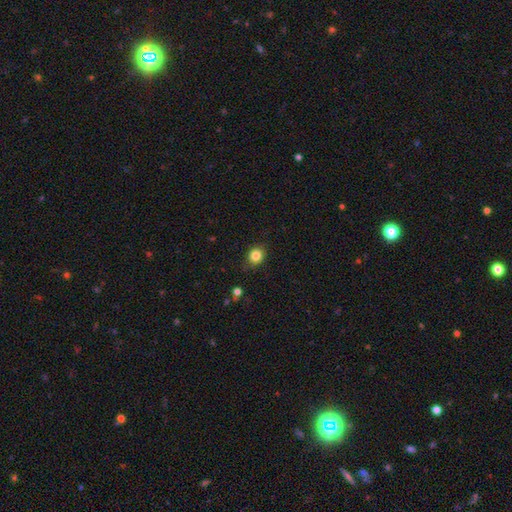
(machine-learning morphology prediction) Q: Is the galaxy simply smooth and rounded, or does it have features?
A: smooth — 83%.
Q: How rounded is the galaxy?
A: round — 72%.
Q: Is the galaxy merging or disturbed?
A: none — 83%.